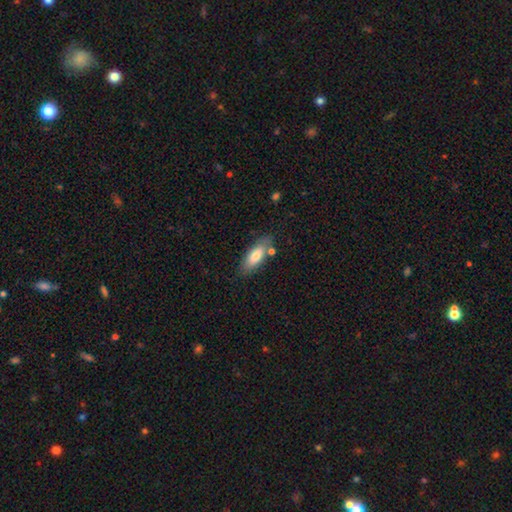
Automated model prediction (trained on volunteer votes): Smooth or featured?
  - smooth: 74% *
  - featured or disk: 20%
  - star or artifact: 6%
How rounded?
  - in between: 71% *
  - cigar-shaped: 27%
  - round: 2%
Merging?
  - none: 74% *
  - minor disturbance: 15%
  - merger: 8%
  - major disturbance: 3%